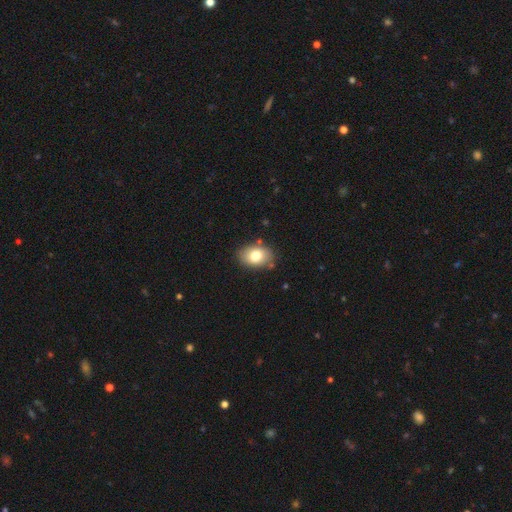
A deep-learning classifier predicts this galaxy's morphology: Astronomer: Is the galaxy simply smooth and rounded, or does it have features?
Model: smooth — 78%.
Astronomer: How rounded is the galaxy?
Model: in between — 80%.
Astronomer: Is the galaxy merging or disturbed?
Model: none — 83%.